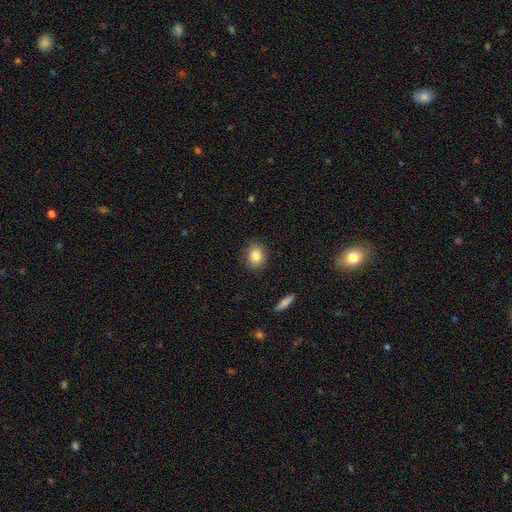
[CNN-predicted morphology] Overall: smooth (83%). How rounded: round (58%; in between 40%). Merging: none (88%).